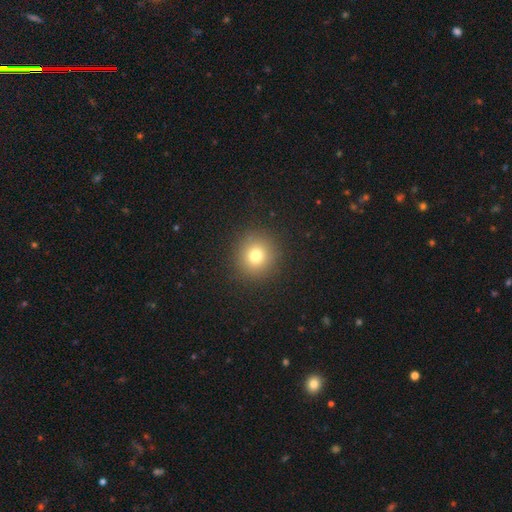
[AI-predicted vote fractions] Q: Smooth or featured?
A: smooth (76%); runner-up: star or artifact (15%)
Q: How rounded?
A: round (92%); runner-up: in between (7%)
Q: Merging?
A: none (91%); runner-up: minor disturbance (6%)